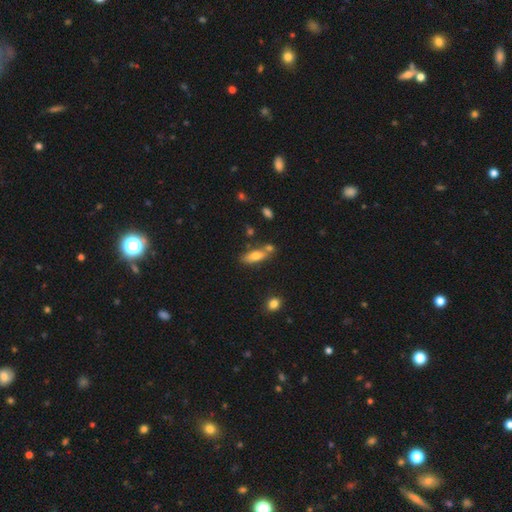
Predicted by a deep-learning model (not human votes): A smooth galaxy with no disk features (70%) that is in between round and cigar-shaped (62%). Merging: none (58%).